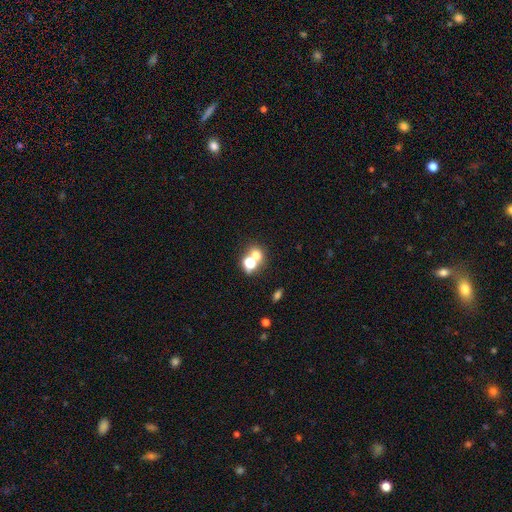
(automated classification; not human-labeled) Smooth or featured: smooth — 64% (star or artifact — 22%)
How rounded: round — 66% (in between — 32%)
Merging: merger — 47% (none — 42%)